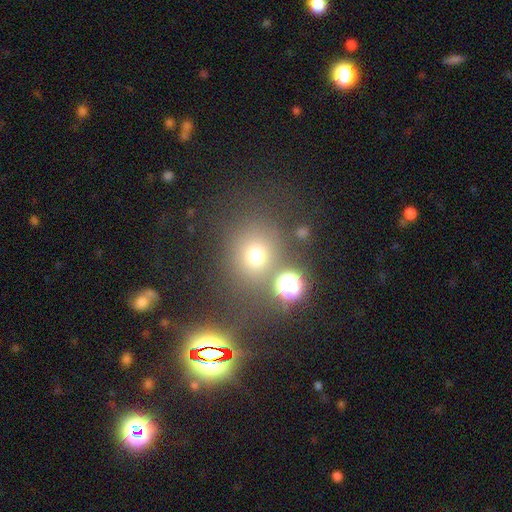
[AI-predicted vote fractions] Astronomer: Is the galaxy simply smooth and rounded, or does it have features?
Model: smooth — 68%.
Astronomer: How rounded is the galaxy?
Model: round — 82%.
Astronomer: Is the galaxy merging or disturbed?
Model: none — 72%.